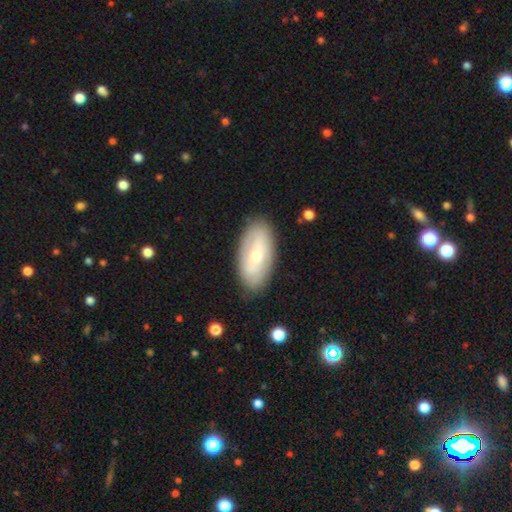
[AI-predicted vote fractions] Overall: featured or disk (51%; smooth 43%). Edge-on disk: no (86%). Merging: none (84%).